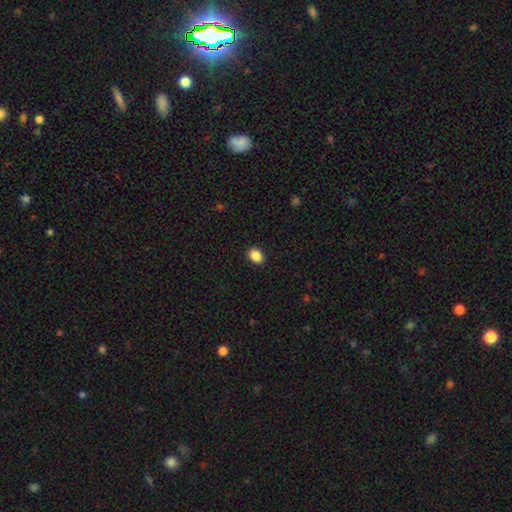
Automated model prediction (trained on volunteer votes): Morphology: type=smooth (88%); roundness=in between (66%); merging=none (91%).